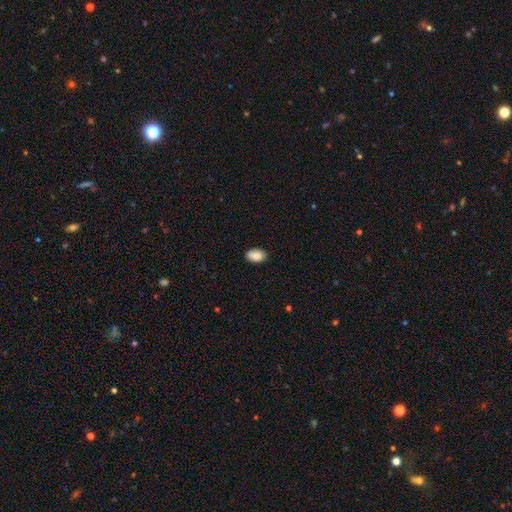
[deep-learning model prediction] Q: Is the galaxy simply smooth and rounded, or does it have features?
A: smooth — 89%.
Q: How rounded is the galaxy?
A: in between — 92%.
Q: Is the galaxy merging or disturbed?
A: none — 86%.